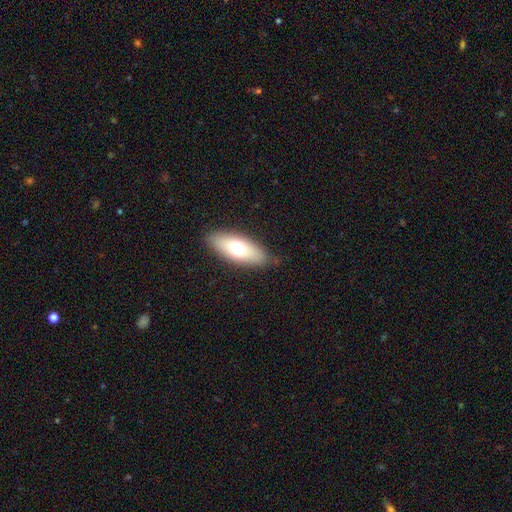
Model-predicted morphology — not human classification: Q: Smooth or featured?
A: smooth (67%); runner-up: featured or disk (26%)
Q: How rounded?
A: in between (75%); runner-up: cigar-shaped (21%)
Q: Merging?
A: none (84%); runner-up: minor disturbance (12%)